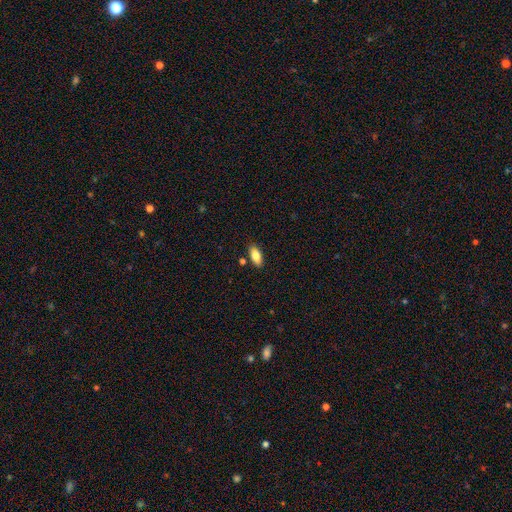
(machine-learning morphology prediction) A smooth galaxy with no disk features (83%) that is in between round and cigar-shaped (86%).

Vote fractions:
- Smooth or featured? smooth: 83% / featured or disk: 10% / star or artifact: 7%
- How rounded? in between: 86% / cigar-shaped: 11% / round: 2%
- Merging? none: 85% / minor disturbance: 10% / merger: 3% / major disturbance: 2%